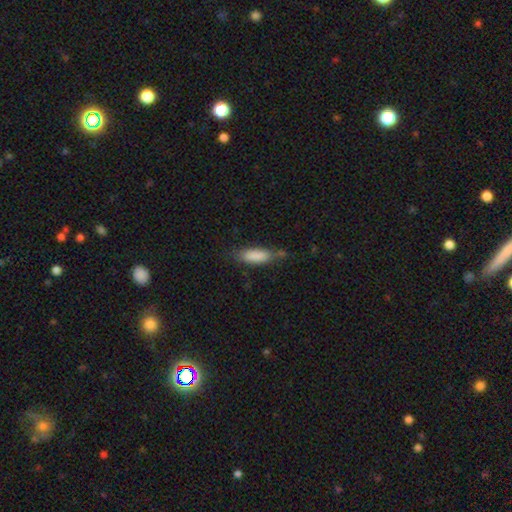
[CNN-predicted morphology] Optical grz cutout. It shows a smooth galaxy with no disk features (85%) that is in between round and cigar-shaped (60%). Merging: none (64%).